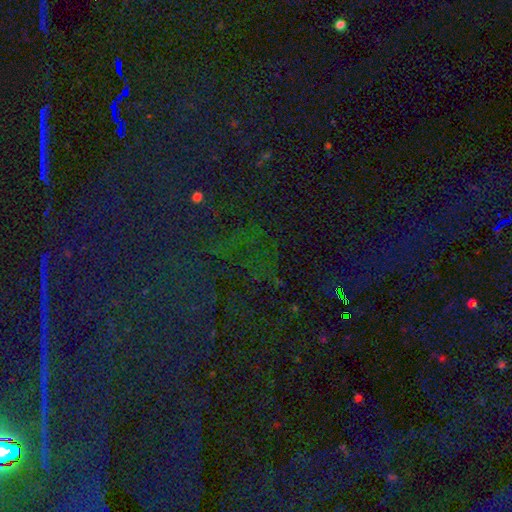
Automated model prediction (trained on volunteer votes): Smooth or featured?
  - star or artifact: 80% *
  - smooth: 13%
  - featured or disk: 8%